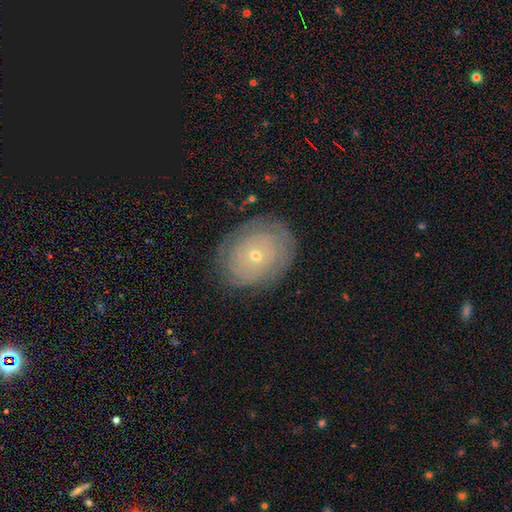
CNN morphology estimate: A featured or disk galaxy (66%) with no bar (87%), spiral arms (76%) and a small central bulge (69%).

Vote fractions:
- Smooth or featured? featured or disk: 66% / smooth: 25% / star or artifact: 8%
- Edge-on disk? no: 96% / yes: 4%
- Bar? no: 87% / weak: 11% / strong: 3%
- Spiral arms? yes: 76% / no: 24%
- Bulge size? small: 69% / moderate: 28% / large: 1% / dominant: 1% / none: 1%
- Merging? none: 80% / minor disturbance: 14% / major disturbance: 5% / merger: 1%